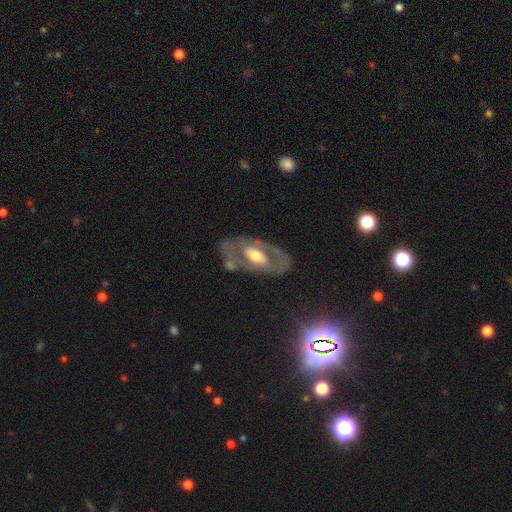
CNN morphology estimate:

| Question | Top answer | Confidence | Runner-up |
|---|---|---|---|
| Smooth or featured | featured or disk | 71% | smooth (24%) |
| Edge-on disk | no | 89% | yes (11%) |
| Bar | no | 53% | weak (29%) |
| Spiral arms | no | 58% | yes (42%) |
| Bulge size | moderate | 65% | large (20%) |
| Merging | none | 60% | minor disturbance (20%) |